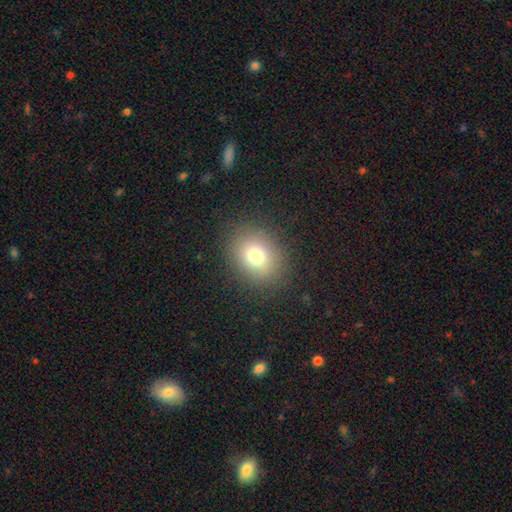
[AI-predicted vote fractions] Smooth or featured: smooth — 76% (star or artifact — 14%)
How rounded: round — 60% (in between — 39%)
Merging: none — 86% (minor disturbance — 9%)